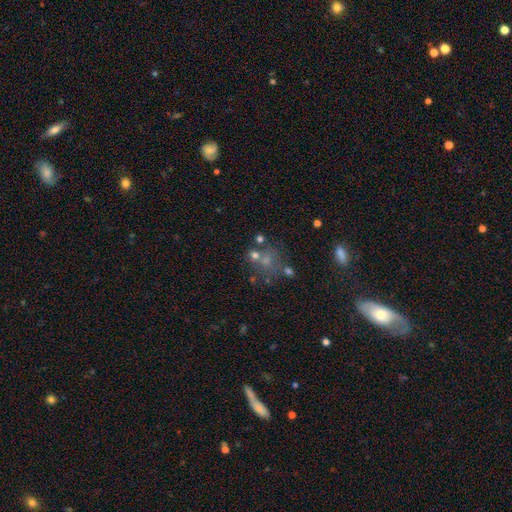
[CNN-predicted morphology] smooth_or_featured: smooth (p=0.54) [alt: featured or disk p=0.24]
how_rounded: round (p=0.71) [alt: in between p=0.28]
merging: none (p=0.45) [alt: merger p=0.31]